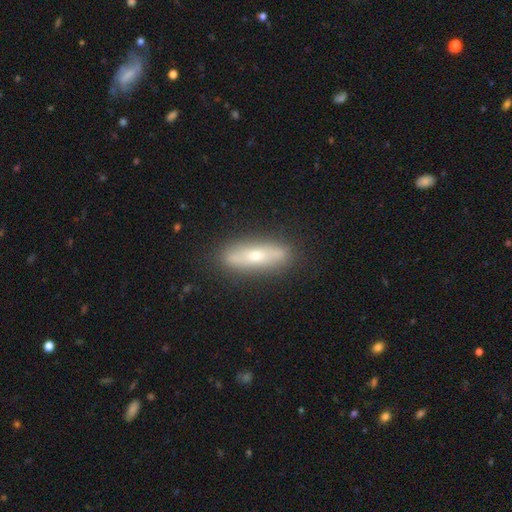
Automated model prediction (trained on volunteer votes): The model was most divided on "smooth or featured": featured or disk: 51%, smooth: 42%, star or artifact: 7%. More confident: merging — none (85%); edge-on disk — yes (60%).